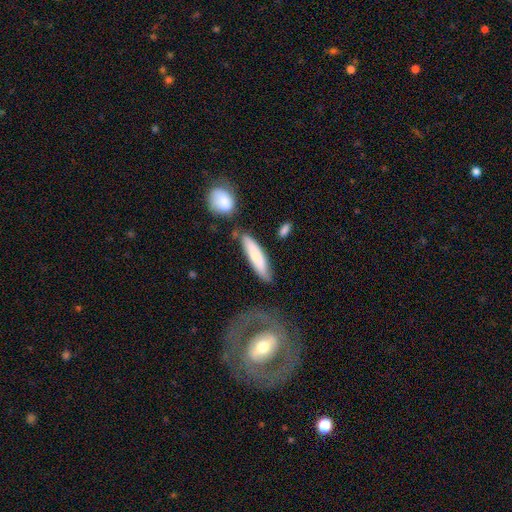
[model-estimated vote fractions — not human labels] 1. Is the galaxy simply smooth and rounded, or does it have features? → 72% smooth, 22% featured or disk, 6% star or artifact.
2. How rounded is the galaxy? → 74% cigar-shaped, 24% in between, 2% round.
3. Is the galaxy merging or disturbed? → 67% none, 18% minor disturbance, 10% merger, 6% major disturbance.